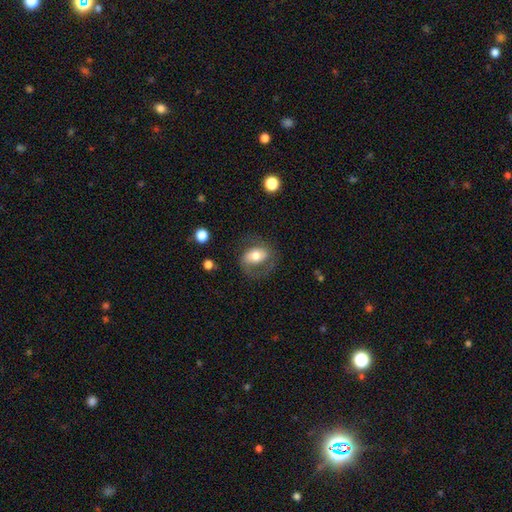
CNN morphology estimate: A smooth galaxy with no disk features (52%) that is in between round and cigar-shaped (77%).

Vote fractions:
- Smooth or featured? smooth: 52% / featured or disk: 41% / star or artifact: 7%
- How rounded? in between: 77% / round: 22% / cigar-shaped: 2%
- Merging? none: 55% / major disturbance: 22% / minor disturbance: 21% / merger: 2%